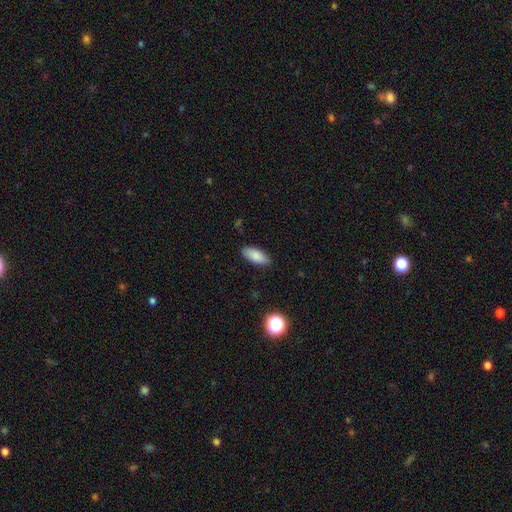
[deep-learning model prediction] A smooth galaxy with no disk features (85%) that is in between round and cigar-shaped (86%). Merging: none (88%).